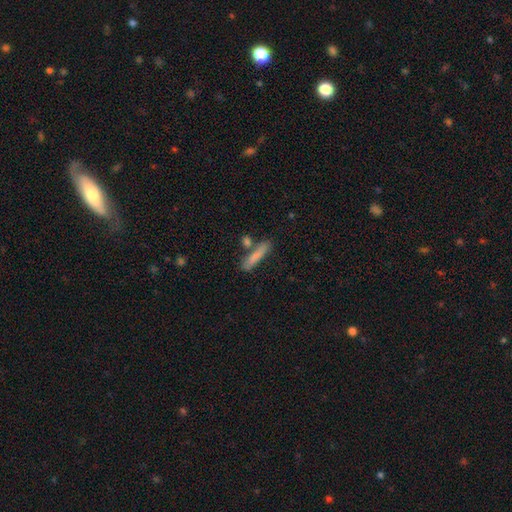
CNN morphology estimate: Q: Smooth or featured?
A: smooth (77%); runner-up: featured or disk (16%)
Q: How rounded?
A: cigar-shaped (87%); runner-up: in between (10%)
Q: Merging?
A: none (72%); runner-up: minor disturbance (12%)